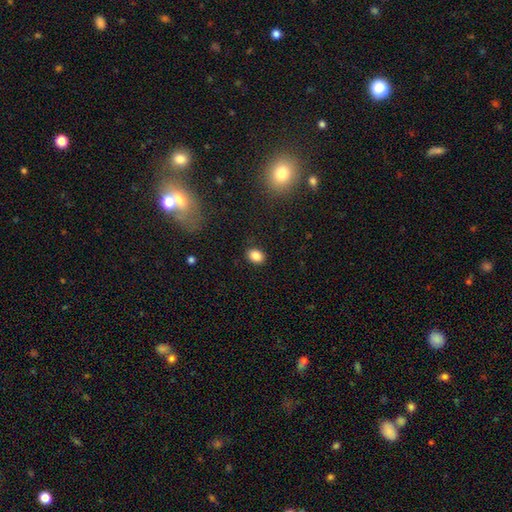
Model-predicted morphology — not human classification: A smooth galaxy with no disk features (86%) that is in between round and cigar-shaped (64%).

Vote fractions:
- Smooth or featured? smooth: 86% / star or artifact: 10% / featured or disk: 4%
- How rounded? in between: 64% / round: 35% / cigar-shaped: 1%
- Merging? none: 87% / minor disturbance: 9% / major disturbance: 3% / merger: 1%